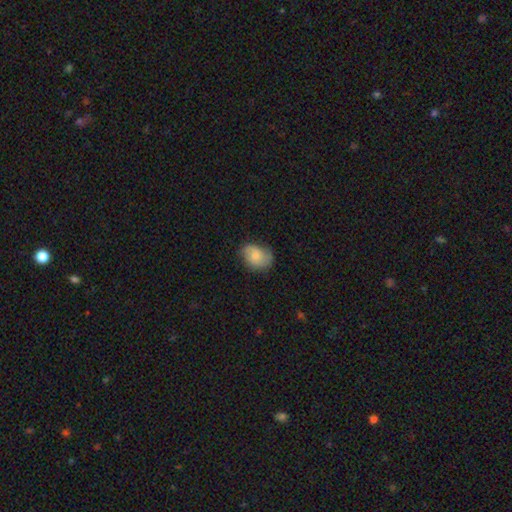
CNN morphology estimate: This is likely a smooth galaxy (72%). How rounded: likely in between (71%). Merging: likely none (62%).